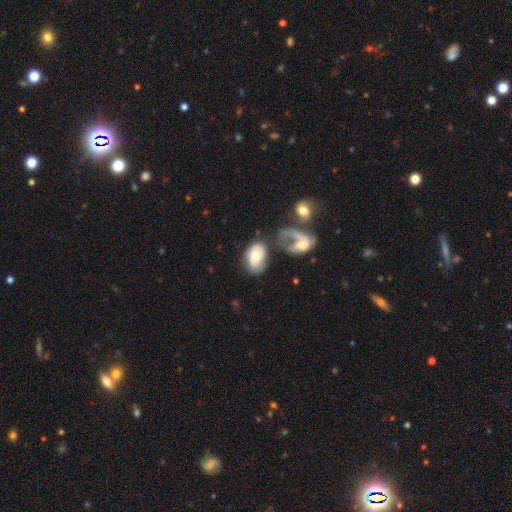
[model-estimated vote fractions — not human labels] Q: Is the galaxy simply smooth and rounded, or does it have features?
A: smooth — 52%.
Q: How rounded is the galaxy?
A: in between — 86%.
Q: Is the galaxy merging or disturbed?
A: none — 32%.